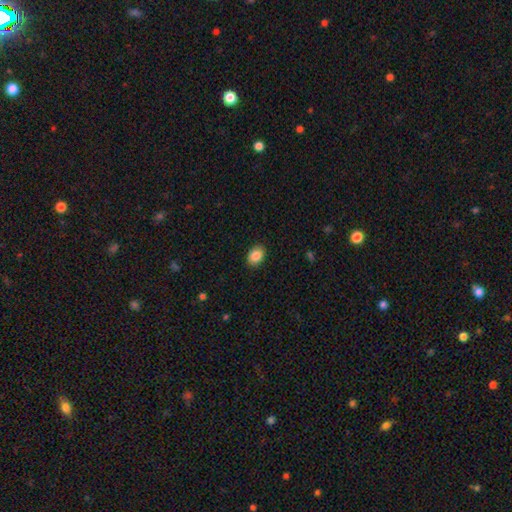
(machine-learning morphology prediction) type=smooth (87%); roundness=in between (75%); merging=none (90%).